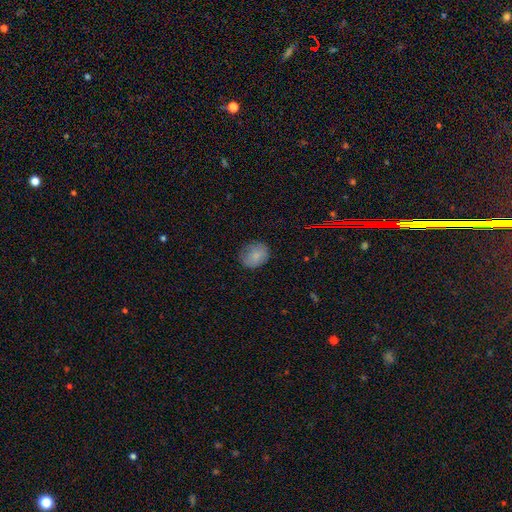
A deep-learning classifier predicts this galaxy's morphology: Smooth or featured?
  - smooth: 81% *
  - featured or disk: 10%
  - star or artifact: 9%
How rounded?
  - round: 53% *
  - in between: 46%
  - cigar-shaped: 1%
Merging?
  - none: 75% *
  - minor disturbance: 19%
  - major disturbance: 5%
  - merger: 1%